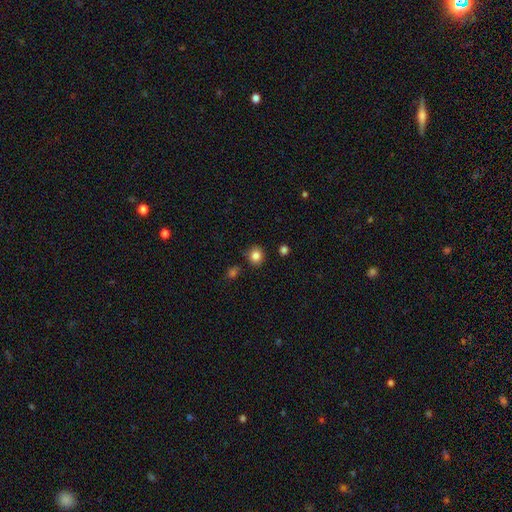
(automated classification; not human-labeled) Overall: smooth (84%). How rounded: round (83%). Merging: none (84%).